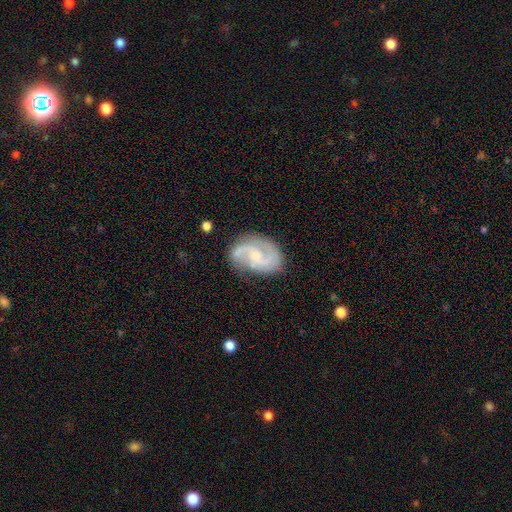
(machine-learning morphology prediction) Smooth or featured?
  - featured or disk: 83% *
  - smooth: 11%
  - star or artifact: 6%
Edge-on disk?
  - no: 98% *
  - yes: 2%
Bar?
  - no: 49% *
  - weak: 43%
  - strong: 8%
Spiral arms?
  - yes: 96% *
  - no: 4%
Spiral winding?
  - medium: 51% *
  - tight: 25%
  - loose: 25%
Spiral arm count?
  - 2: 83% *
  - can't tell: 6%
  - 3: 5%
  - 1: 3%
  - 4: 1%
  - more than 4: 1%
Bulge size?
  - small: 49% *
  - moderate: 31%
  - none: 16%
  - large: 3%
  - dominant: 1%
Merging?
  - none: 73% *
  - minor disturbance: 18%
  - major disturbance: 7%
  - merger: 2%